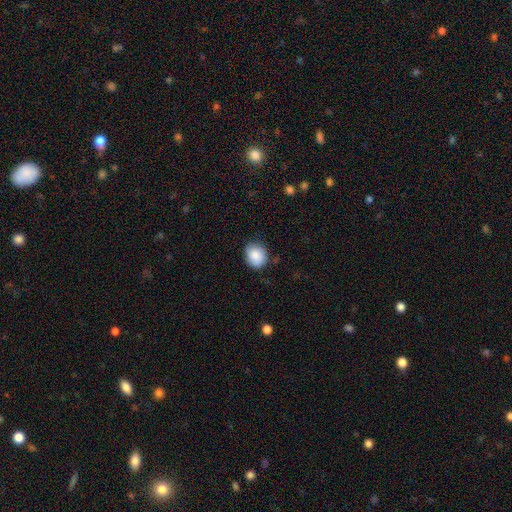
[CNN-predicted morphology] Q: Smooth or featured?
A: smooth (87%); runner-up: star or artifact (7%)
Q: How rounded?
A: round (64%); runner-up: in between (35%)
Q: Merging?
A: none (78%); runner-up: minor disturbance (18%)